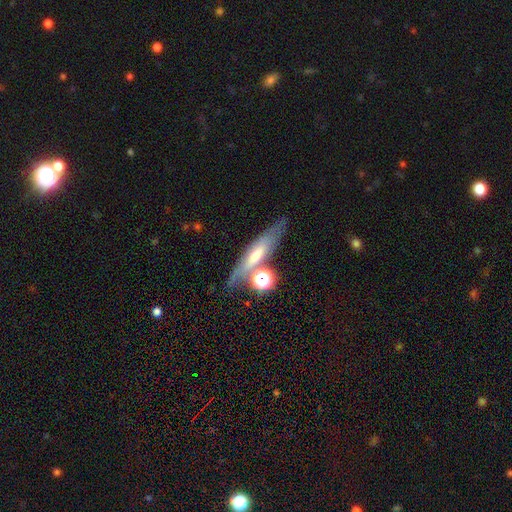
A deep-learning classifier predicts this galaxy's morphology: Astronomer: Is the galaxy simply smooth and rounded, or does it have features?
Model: featured or disk — 45% (runner-up: smooth, 41%).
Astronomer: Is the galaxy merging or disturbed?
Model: none — 61%.